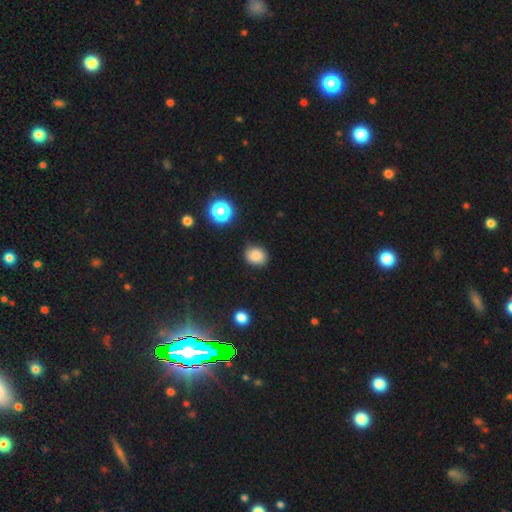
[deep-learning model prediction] Smooth or featured? Predicted: smooth (p=0.83). How rounded? Predicted: round (p=0.63). Merging? Predicted: none (p=0.81).